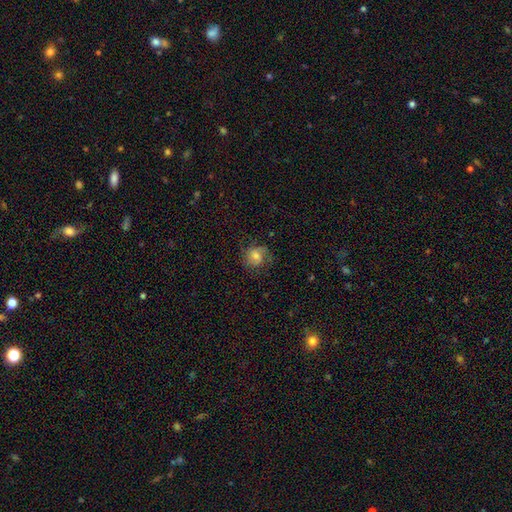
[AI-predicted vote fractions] Smooth or featured? featured or disk (55%)
Edge-on disk? no (97%)
Bar? no (58%)
Spiral arms? yes (90%)
Bulge size? moderate (52%)
Merging? none (69%)